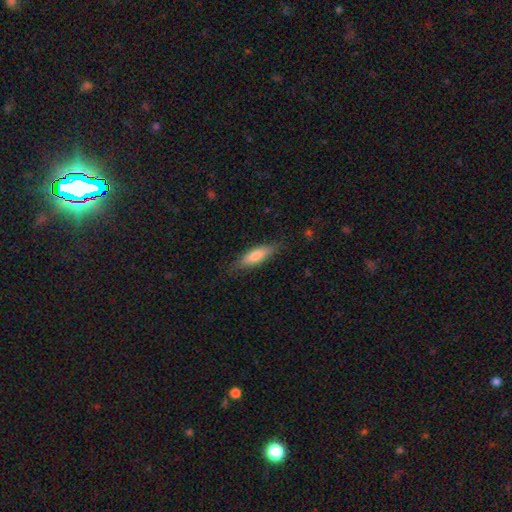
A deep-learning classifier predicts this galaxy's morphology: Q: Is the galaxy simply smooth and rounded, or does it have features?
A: smooth — 74%.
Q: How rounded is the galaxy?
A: cigar-shaped — 55%.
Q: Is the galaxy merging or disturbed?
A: none — 80%.